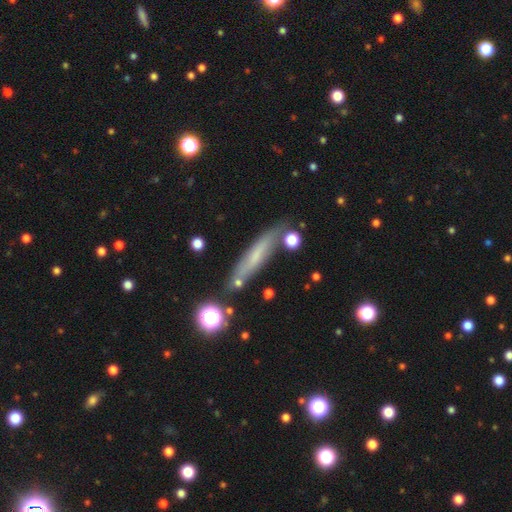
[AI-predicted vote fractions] Overall: smooth (54%; featured or disk 35%). How rounded: cigar-shaped (85%). Merging: none (76%).